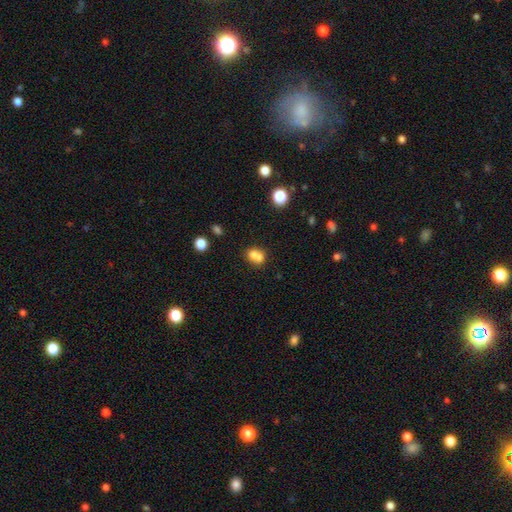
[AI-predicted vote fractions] Smooth or featured? Predicted: smooth (p=0.72). How rounded? Predicted: round (p=0.56). Merging? Predicted: merger (p=0.59).